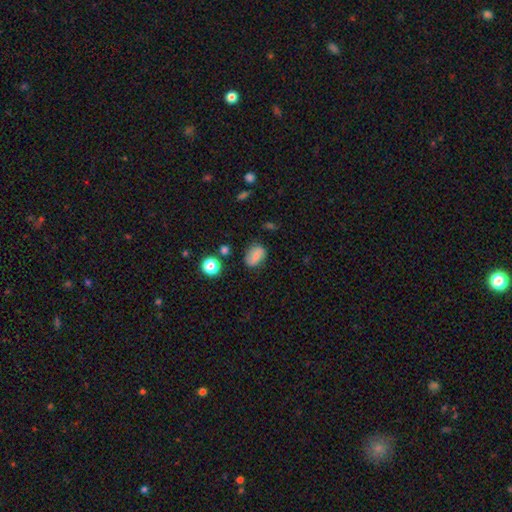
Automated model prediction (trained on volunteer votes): smooth_or_featured: smooth (p=0.65) [alt: featured or disk p=0.25]
how_rounded: in between (p=0.70) [alt: round p=0.28]
merging: none (p=0.74) [alt: minor disturbance p=0.19]